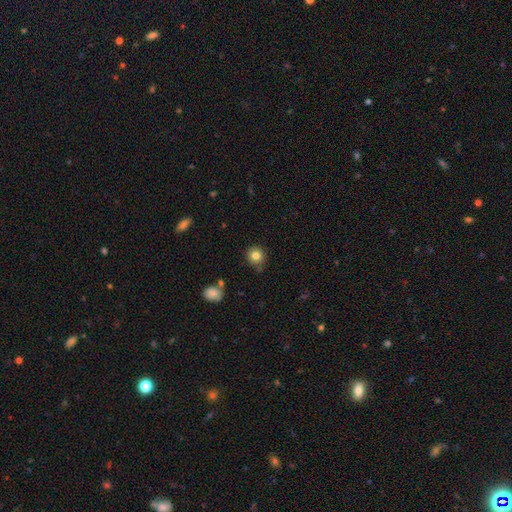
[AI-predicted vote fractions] This appears to be a smooth galaxy with no disk features (81%) that is round (88%). Merging: none (79%).